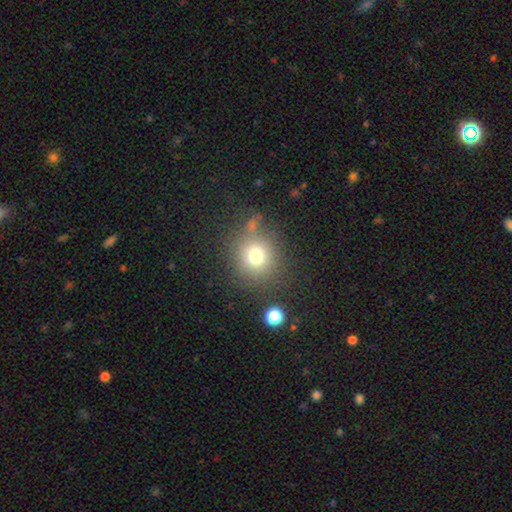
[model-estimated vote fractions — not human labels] A smooth galaxy with no disk features (74%) that is round (89%). Merging: none (74%).